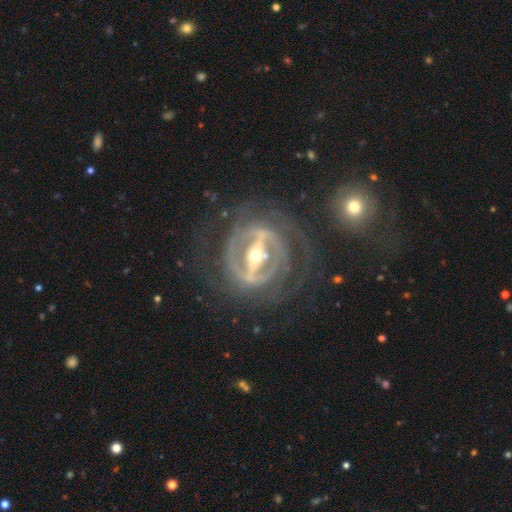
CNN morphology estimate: smooth_or_featured: featured or disk (p=0.91) [alt: star or artifact p=0.05]
disk_edge_on: no (p=0.90) [alt: yes p=0.10]
bar: strong (p=0.84) [alt: weak p=0.12]
has_spiral_arms: yes (p=0.82) [alt: no p=0.18]
spiral_winding: tight (p=0.64) [alt: medium p=0.26]
spiral_arm_count: 2 (p=0.33) [alt: can't tell p=0.31]
bulge_size: moderate (p=0.55) [alt: small p=0.39]
merging: none (p=0.67) [alt: major disturbance p=0.16]